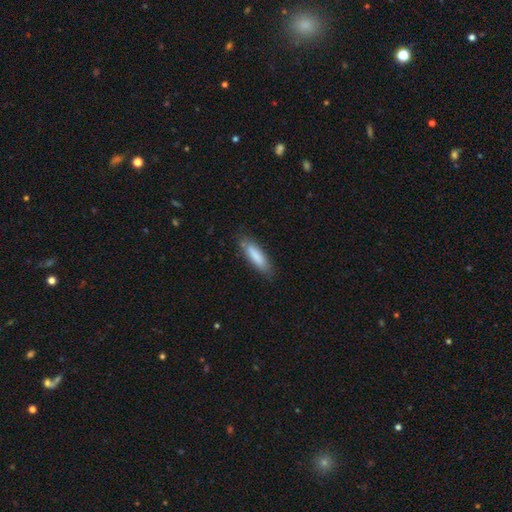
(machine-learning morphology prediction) Smooth or featured? smooth (83%)
How rounded? cigar-shaped (58%)
Merging? none (80%)